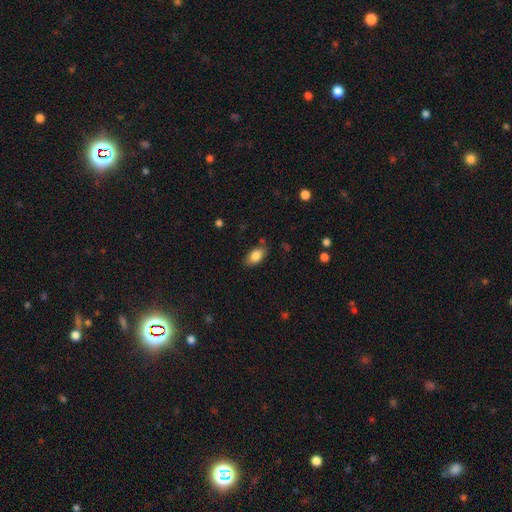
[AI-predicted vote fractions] Smooth or featured?
  - smooth: 83% *
  - featured or disk: 10%
  - star or artifact: 7%
How rounded?
  - in between: 90% *
  - round: 5%
  - cigar-shaped: 4%
Merging?
  - none: 80% *
  - minor disturbance: 14%
  - major disturbance: 3%
  - merger: 2%